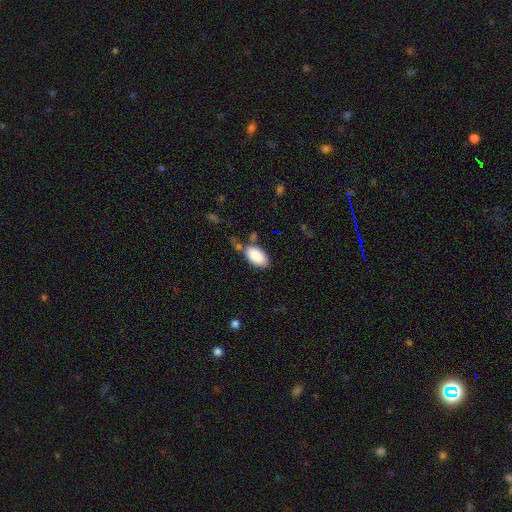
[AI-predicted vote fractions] smooth-or-featured: smooth: 89% | star or artifact: 7% | featured or disk: 5%
  how-rounded: in between: 95% | round: 3% | cigar-shaped: 2%
  merging: none: 65% | minor disturbance: 20% | merger: 9% | major disturbance: 6%